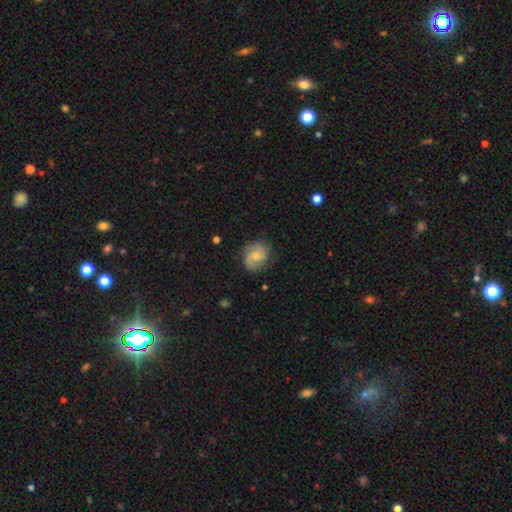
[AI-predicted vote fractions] The model was most divided on "bulge size": small: 43%, moderate: 42%, none: 10%, large: 4%, dominant: 1%. Remaining: edge-on disk — no (98%); spiral arms — yes (94%); spiral arm count — 2 (80%); merging — none (78%); smooth or featured — featured or disk (70%); bar — no (53%); spiral winding — medium (49%).